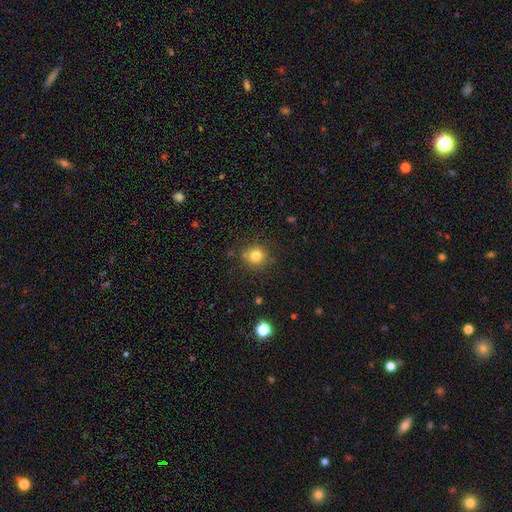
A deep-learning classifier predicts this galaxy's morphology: Q: Smooth or featured?
A: smooth (80%); runner-up: star or artifact (14%)
Q: How rounded?
A: round (92%); runner-up: in between (7%)
Q: Merging?
A: none (84%); runner-up: minor disturbance (9%)